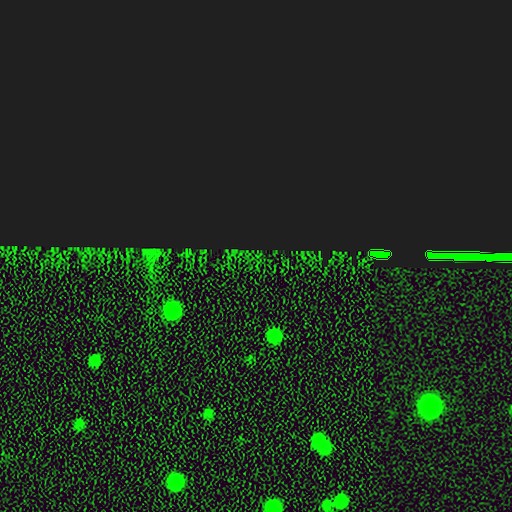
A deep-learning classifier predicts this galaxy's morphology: Q: Smooth or featured?
A: star or artifact (82%); runner-up: smooth (12%)